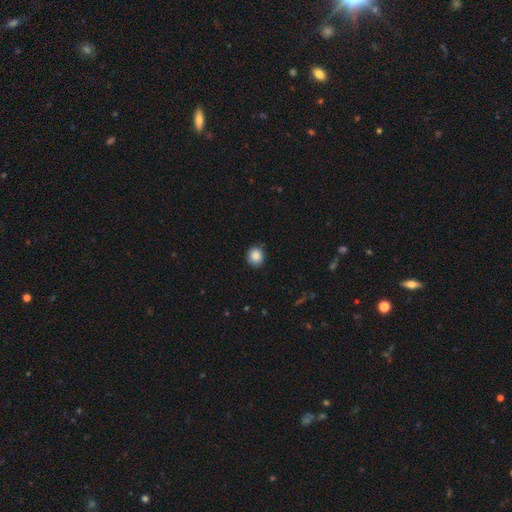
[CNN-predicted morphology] The model was most divided on "how rounded": round: 84%, in between: 15%, cigar-shaped: 1%. More confident: smooth or featured — smooth (87%); merging — none (86%).